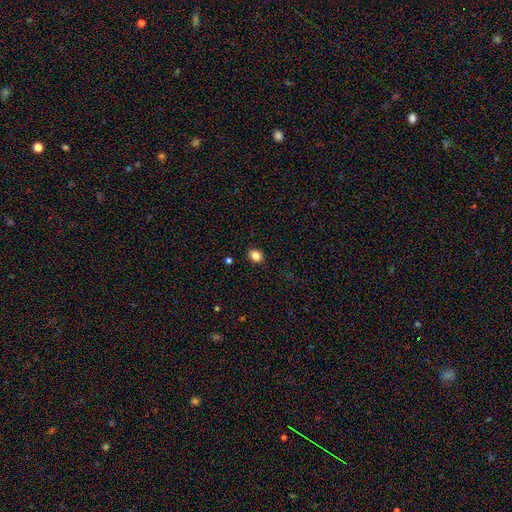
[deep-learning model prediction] Q: Smooth or featured?
A: smooth (84%); runner-up: star or artifact (11%)
Q: How rounded?
A: round (52%); runner-up: in between (47%)
Q: Merging?
A: none (89%); runner-up: minor disturbance (8%)